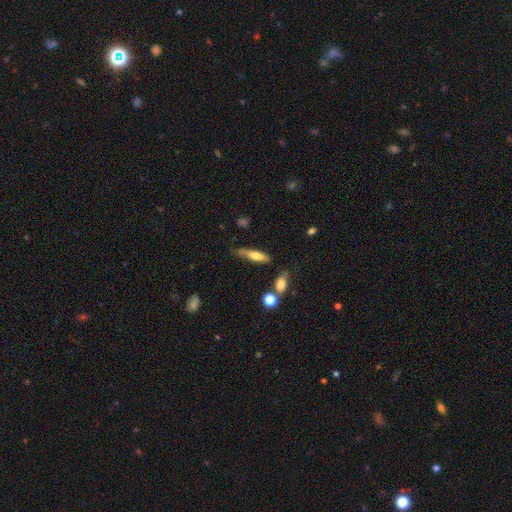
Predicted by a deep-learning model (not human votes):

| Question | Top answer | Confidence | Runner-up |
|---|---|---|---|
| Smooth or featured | smooth | 62% | featured or disk (30%) |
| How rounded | cigar-shaped | 67% | in between (31%) |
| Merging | none | 56% | minor disturbance (29%) |